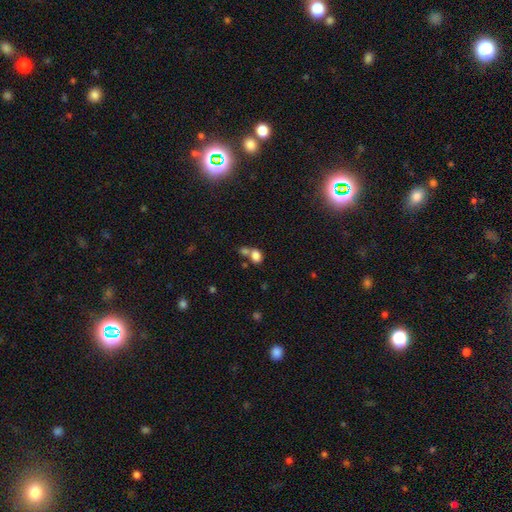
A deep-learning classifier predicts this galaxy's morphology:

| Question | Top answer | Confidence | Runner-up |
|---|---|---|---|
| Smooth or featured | smooth | 81% | star or artifact (11%) |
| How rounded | in between | 57% | round (41%) |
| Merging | merger | 48% | none (36%) |